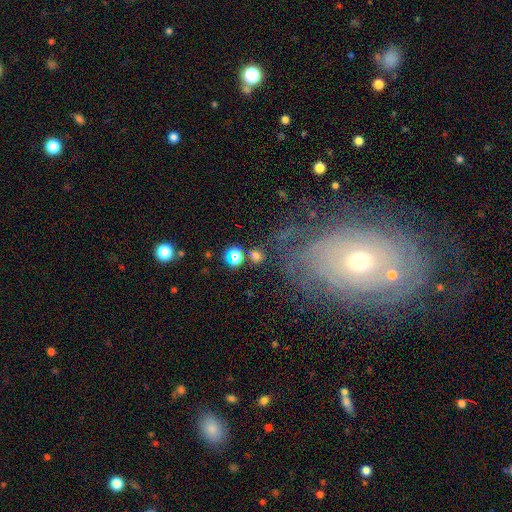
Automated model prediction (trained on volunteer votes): Q: Smooth or featured?
A: smooth (62%); runner-up: star or artifact (27%)
Q: How rounded?
A: round (84%); runner-up: in between (15%)
Q: Merging?
A: none (78%); runner-up: minor disturbance (9%)